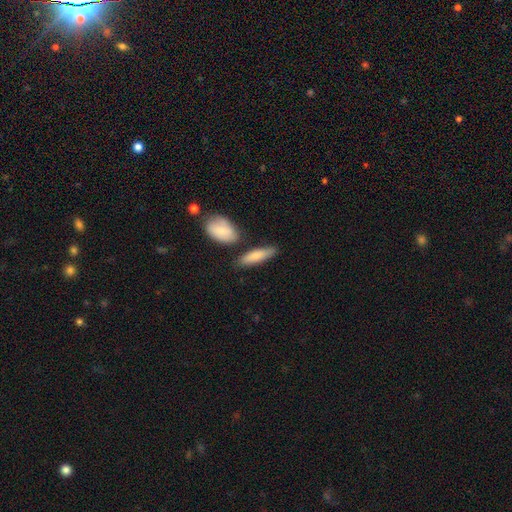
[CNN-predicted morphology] The model was most divided on "how rounded": cigar-shaped: 56%, in between: 41%, round: 2%. More confident: smooth or featured — smooth (77%); merging — none (72%).